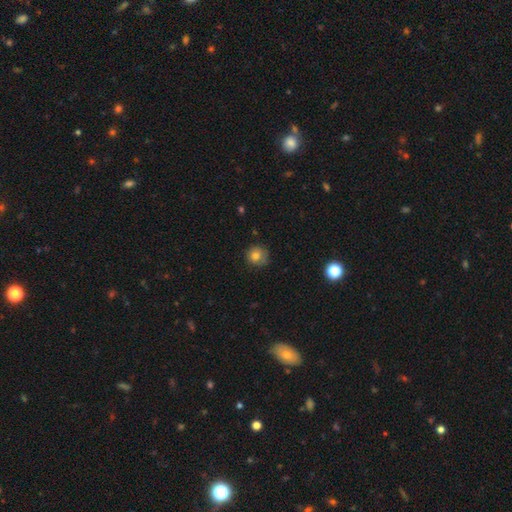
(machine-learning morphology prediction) The model was most divided on "merging": none: 74%, minor disturbance: 20%, major disturbance: 5%, merger: 2%. More confident: how rounded — round (89%); smooth or featured — smooth (77%).